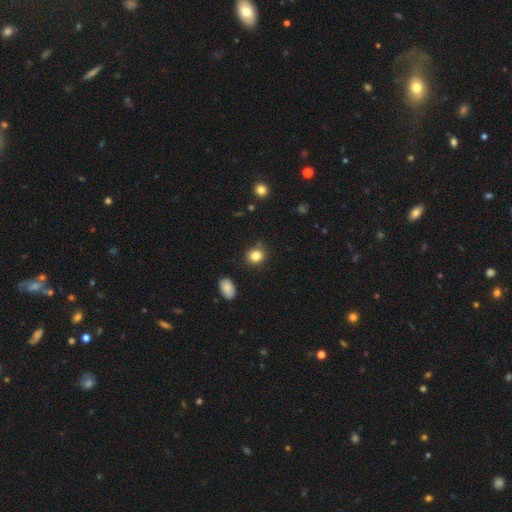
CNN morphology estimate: A smooth galaxy with no disk features (84%) that is round (81%).

Vote fractions:
- Smooth or featured? smooth: 84% / star or artifact: 11% / featured or disk: 5%
- How rounded? round: 81% / in between: 18% / cigar-shaped: 1%
- Merging? none: 85% / minor disturbance: 10% / merger: 3% / major disturbance: 3%